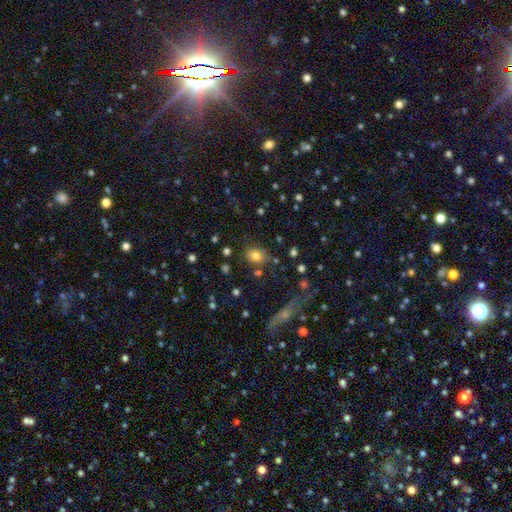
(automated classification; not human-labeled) Smooth or featured? Predicted: smooth (p=0.79). How rounded? Predicted: in between (p=0.54). Merging? Predicted: none (p=0.76).